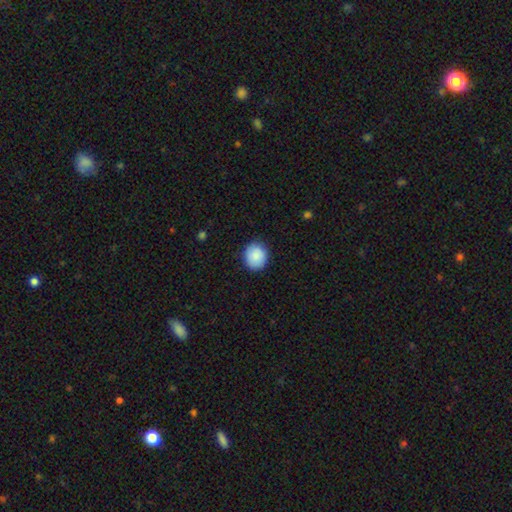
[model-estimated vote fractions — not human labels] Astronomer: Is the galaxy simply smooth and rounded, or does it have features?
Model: smooth — 88%.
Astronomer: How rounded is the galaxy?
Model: round — 79%.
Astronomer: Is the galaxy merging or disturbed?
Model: none — 86%.